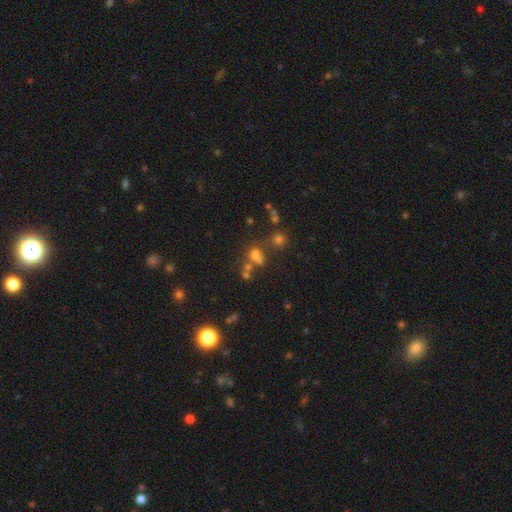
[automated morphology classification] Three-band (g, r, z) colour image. It shows a smooth galaxy with no disk features (58%) that is round (50%). Merging: none (43%).